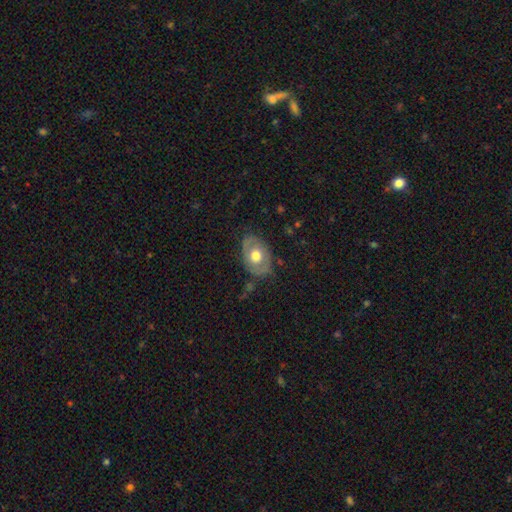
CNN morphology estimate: Smooth or featured? Predicted: smooth (p=0.49). Merging? Predicted: none (p=0.73).